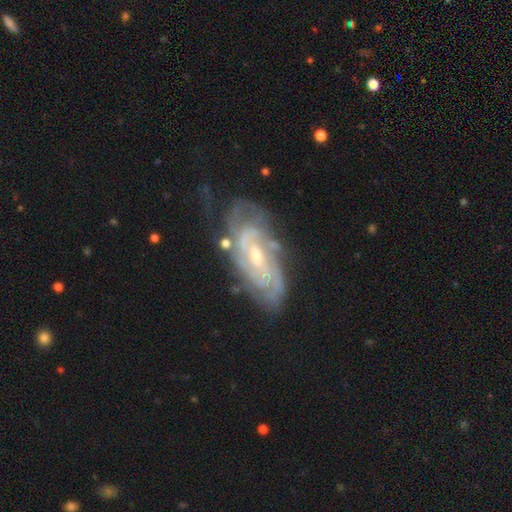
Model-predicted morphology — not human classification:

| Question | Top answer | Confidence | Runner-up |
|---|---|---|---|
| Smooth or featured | featured or disk | 88% | smooth (7%) |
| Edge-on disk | no | 94% | yes (6%) |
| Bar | weak | 46% | no (39%) |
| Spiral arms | yes | 97% | no (3%) |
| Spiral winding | tight | 64% | medium (30%) |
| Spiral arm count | can't tell | 29% | 2 (27%) |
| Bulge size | small | 52% | moderate (42%) |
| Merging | none | 64% | minor disturbance (23%) |